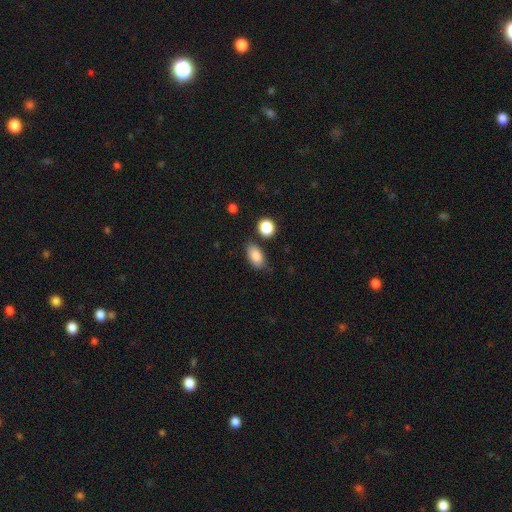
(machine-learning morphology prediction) type=smooth (86%); roundness=in between (89%); merging=none (75%).